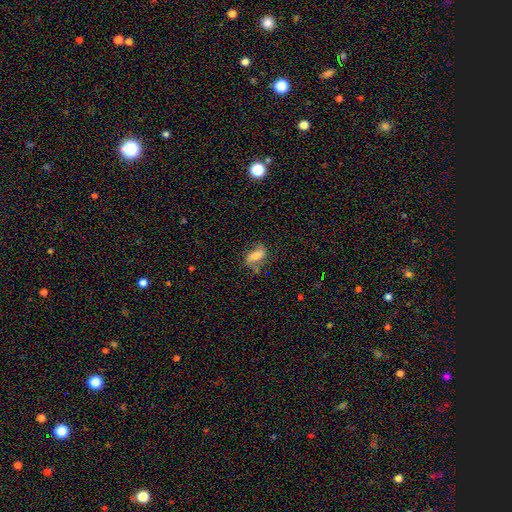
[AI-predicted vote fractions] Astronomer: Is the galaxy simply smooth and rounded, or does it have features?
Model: featured or disk — 47% (runner-up: smooth, 44%).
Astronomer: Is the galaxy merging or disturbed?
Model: none — 63%.